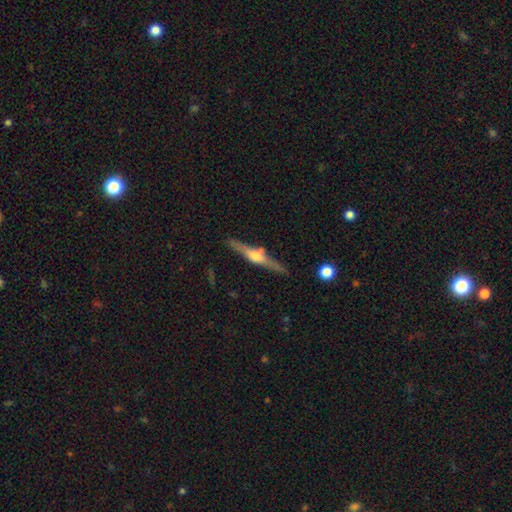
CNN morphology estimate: Q: Smooth or featured?
A: featured or disk (73%); runner-up: smooth (21%)
Q: Edge-on disk?
A: yes (97%); runner-up: no (3%)
Q: Edge-on bulge?
A: rounded (88%); runner-up: boxy (8%)
Q: Merging?
A: none (84%); runner-up: minor disturbance (10%)